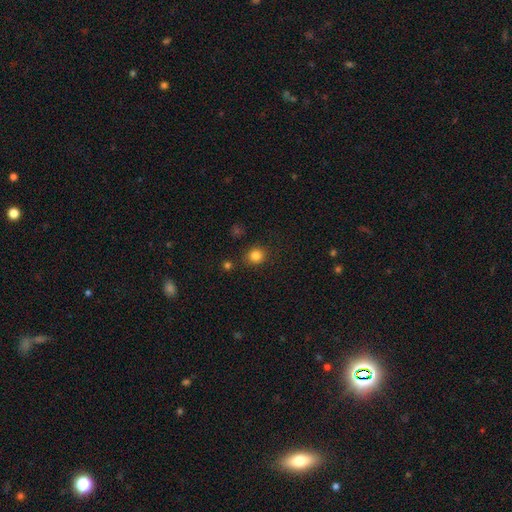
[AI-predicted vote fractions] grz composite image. It shows a smooth galaxy with no disk features (83%) that is round (87%). Merging: none (86%).